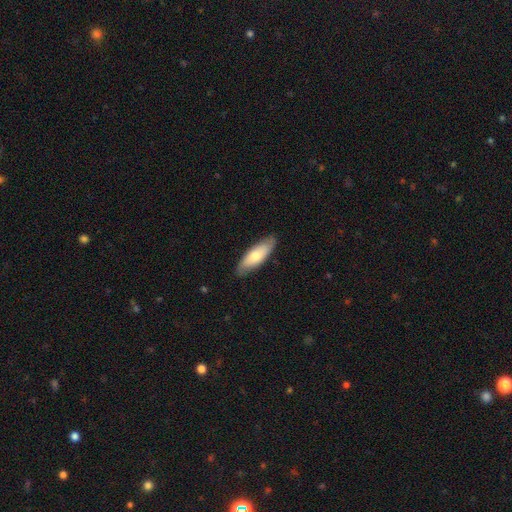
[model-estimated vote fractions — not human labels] Smooth or featured? Predicted: smooth (p=0.69). How rounded? Predicted: in between (p=0.61). Merging? Predicted: none (p=0.85).